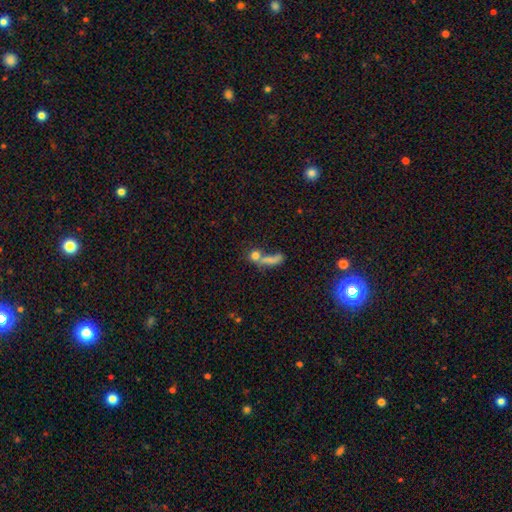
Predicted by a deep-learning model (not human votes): A smooth galaxy with no disk features (69%) that is round (58%). Merging: merger (49%).